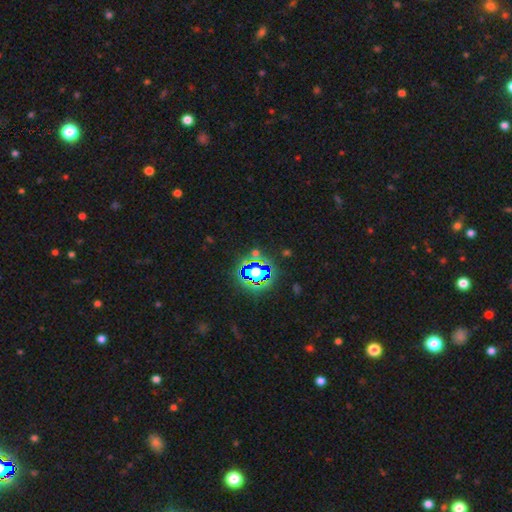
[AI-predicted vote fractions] This is likely a star or artifact rather than a galaxy (74%).